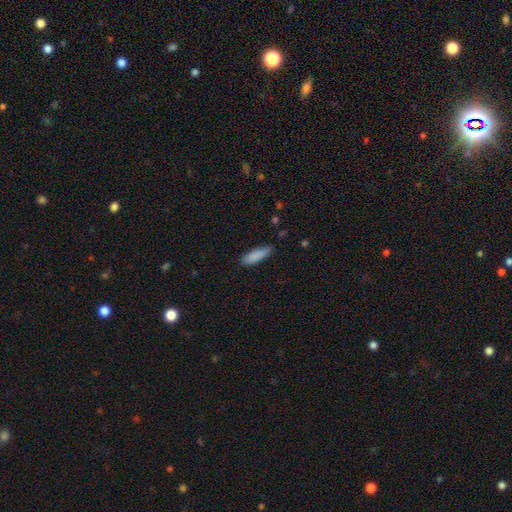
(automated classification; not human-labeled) The model was most divided on "how rounded": in between: 50%, cigar-shaped: 49%, round: 2%. More confident: smooth or featured — smooth (88%); merging — none (75%).